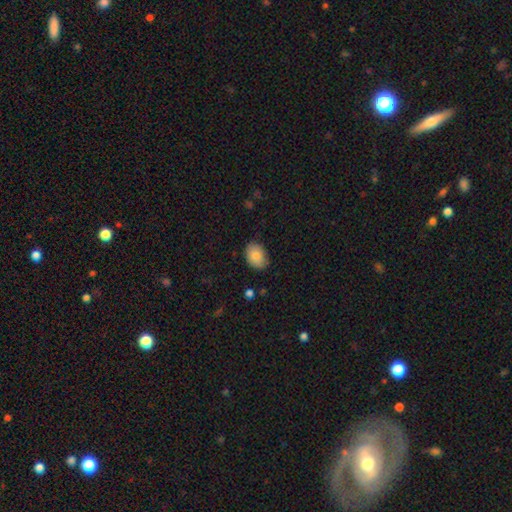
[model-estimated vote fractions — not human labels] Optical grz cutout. It shows a smooth galaxy with no disk features (86%) that is in between round and cigar-shaped (78%). Merging: none (79%).